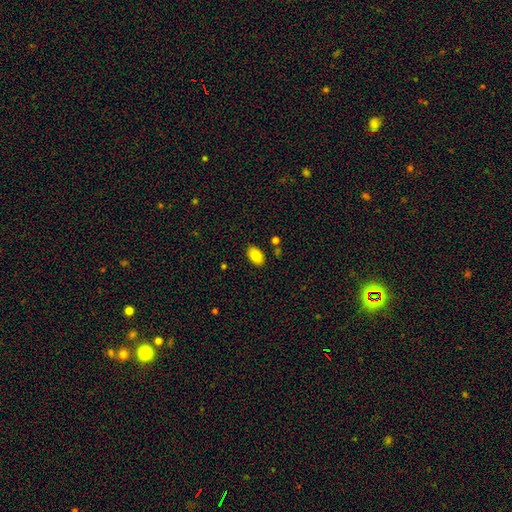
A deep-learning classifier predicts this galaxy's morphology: A smooth galaxy with no disk features (83%) that is in between round and cigar-shaped (90%). Merging: none (86%).